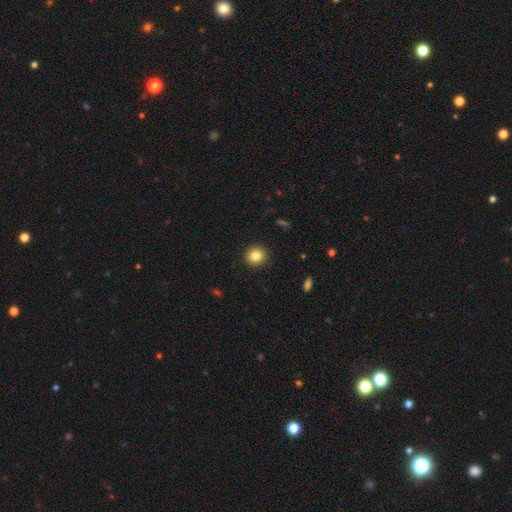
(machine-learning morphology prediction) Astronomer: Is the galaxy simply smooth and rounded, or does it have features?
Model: smooth — 84%.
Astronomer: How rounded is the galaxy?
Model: round — 90%.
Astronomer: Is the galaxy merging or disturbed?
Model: none — 92%.